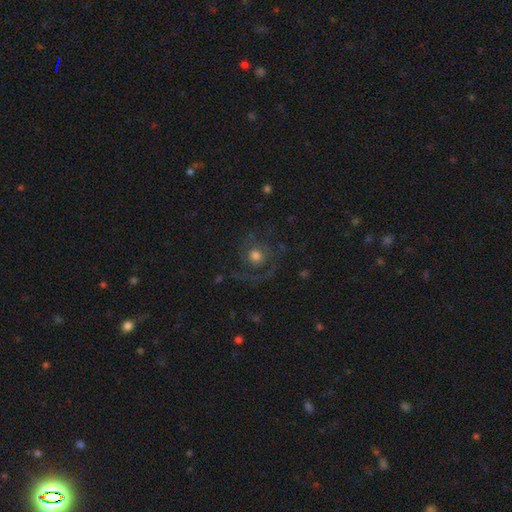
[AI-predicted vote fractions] smooth_or_featured: featured or disk (p=0.48) [alt: smooth p=0.40]
merging: none (p=0.60) [alt: major disturbance p=0.22]